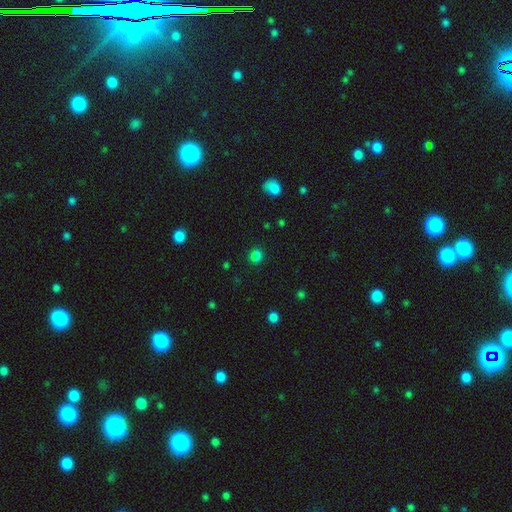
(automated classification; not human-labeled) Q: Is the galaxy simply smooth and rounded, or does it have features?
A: smooth — 82%.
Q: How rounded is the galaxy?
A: round — 87%.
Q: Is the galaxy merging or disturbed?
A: none — 89%.